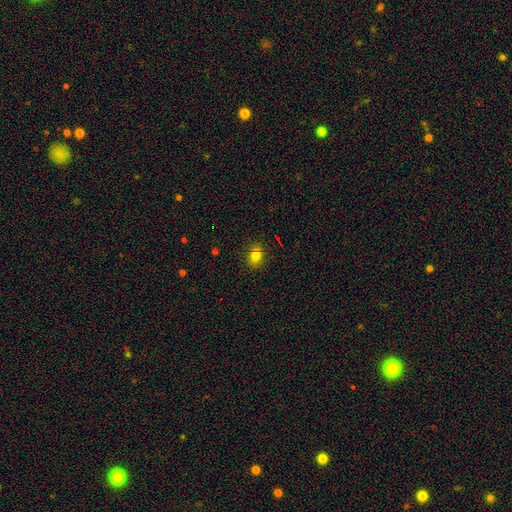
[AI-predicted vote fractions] This is likely a smooth galaxy (78%). How rounded: likely in between (66%). Merging: clearly none (85%).